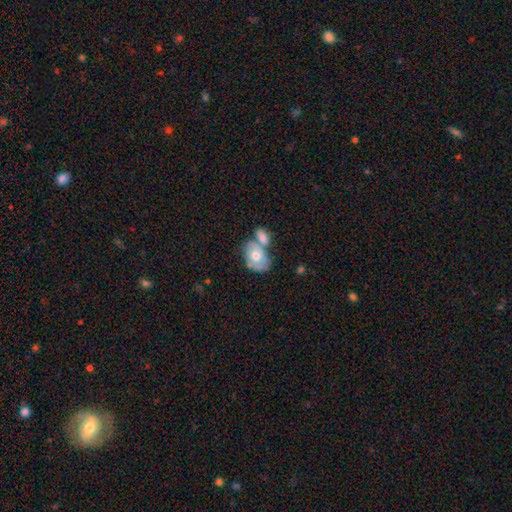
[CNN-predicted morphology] Smooth or featured? smooth (58%)
How rounded? in between (79%)
Merging? merger (49%)